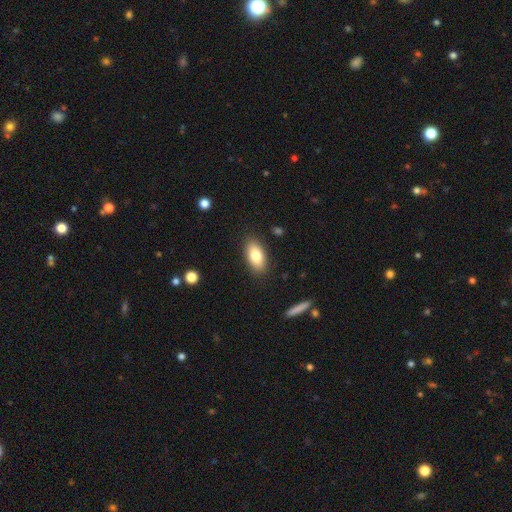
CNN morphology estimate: Smooth or featured? Predicted: smooth (p=0.80). How rounded? Predicted: in between (p=0.90). Merging? Predicted: none (p=0.86).